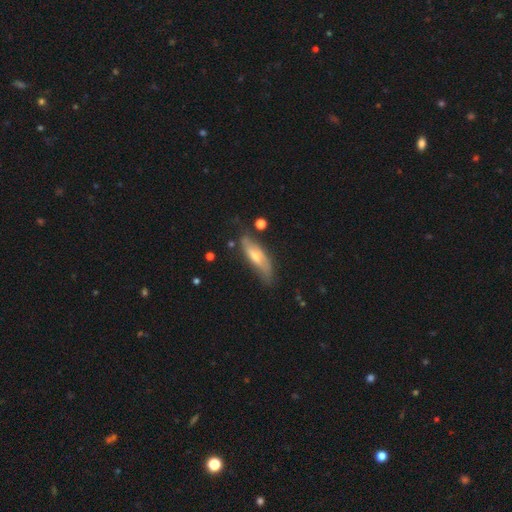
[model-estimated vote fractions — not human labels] smooth_or_featured: featured or disk (p=0.54) [alt: smooth p=0.39]
disk_edge_on: no (p=0.50) [tied with: yes p=0.50]
merging: none (p=0.66) [alt: minor disturbance p=0.24]